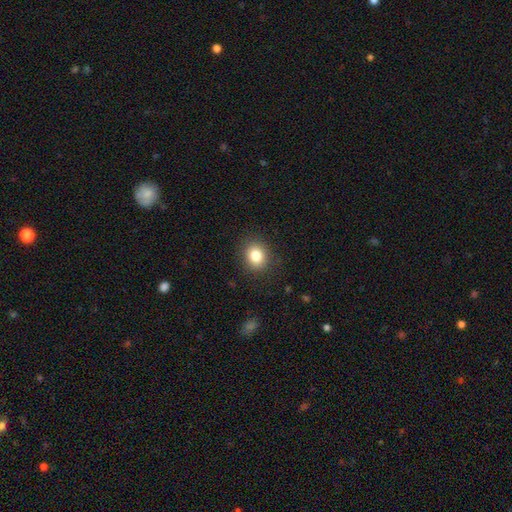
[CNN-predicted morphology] A smooth galaxy with no disk features (82%) that is round (71%).

Vote fractions:
- Smooth or featured? smooth: 82% / star or artifact: 11% / featured or disk: 7%
- How rounded? round: 71% / in between: 28% / cigar-shaped: 1%
- Merging? none: 88% / minor disturbance: 8% / major disturbance: 3% / merger: 1%